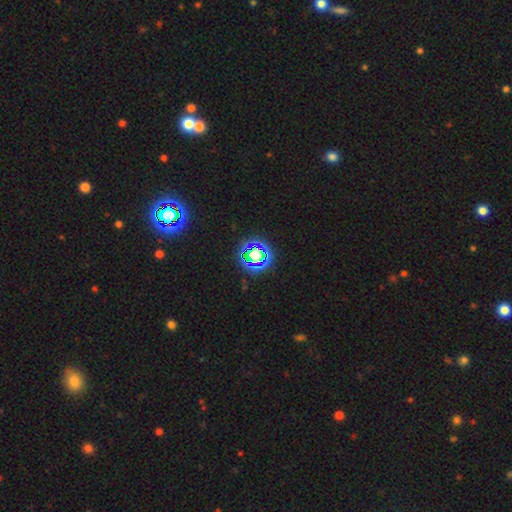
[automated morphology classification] Smooth or featured? star or artifact (66%)